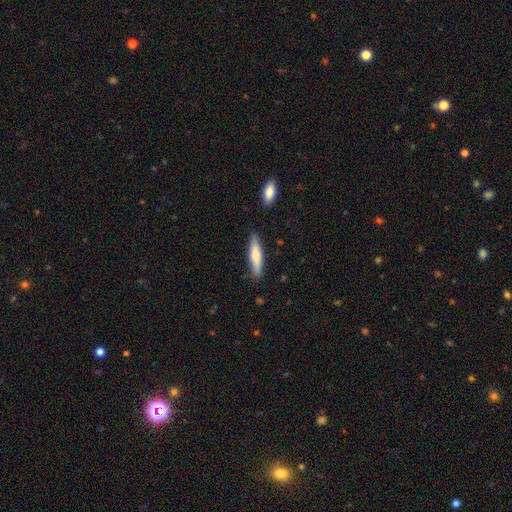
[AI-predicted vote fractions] The model was most divided on "smooth or featured": smooth: 68%, featured or disk: 26%, star or artifact: 6%. More confident: merging — none (84%); how rounded — cigar-shaped (79%).